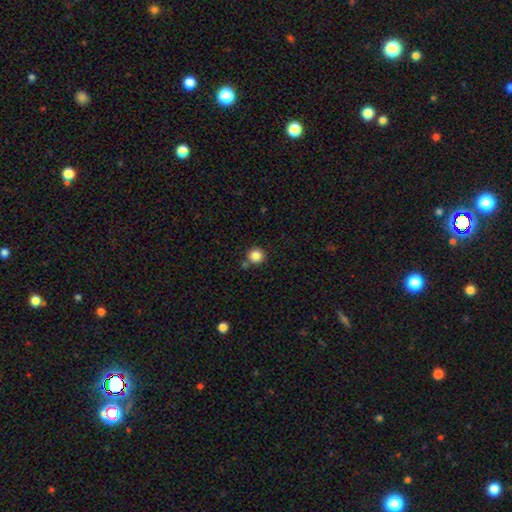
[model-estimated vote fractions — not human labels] Smooth or featured? smooth (86%)
How rounded? round (95%)
Merging? none (80%)